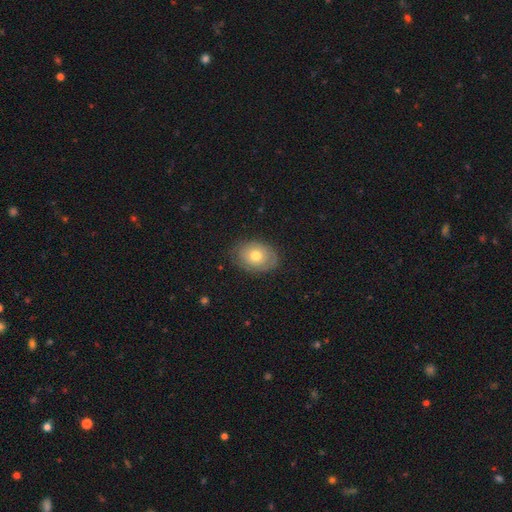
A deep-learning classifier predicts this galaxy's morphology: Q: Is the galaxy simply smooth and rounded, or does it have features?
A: smooth — 59%.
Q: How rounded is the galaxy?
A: in between — 71%.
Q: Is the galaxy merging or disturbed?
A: none — 78%.